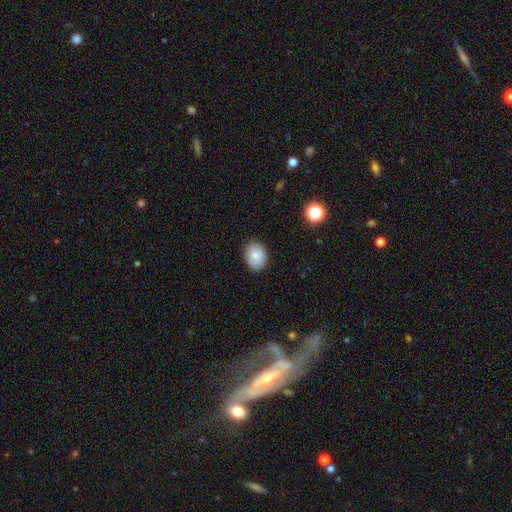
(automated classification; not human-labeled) Smooth or featured? smooth (77%)
How rounded? in between (60%)
Merging? none (85%)